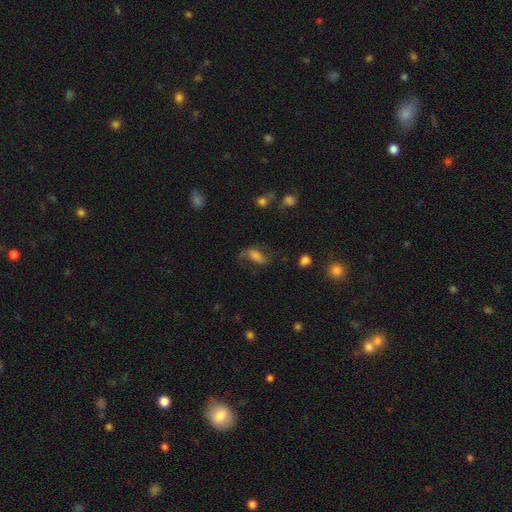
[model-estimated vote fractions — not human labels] Overall: featured or disk (50%; smooth 37%). Merging: none (52%; major disturbance 24%).